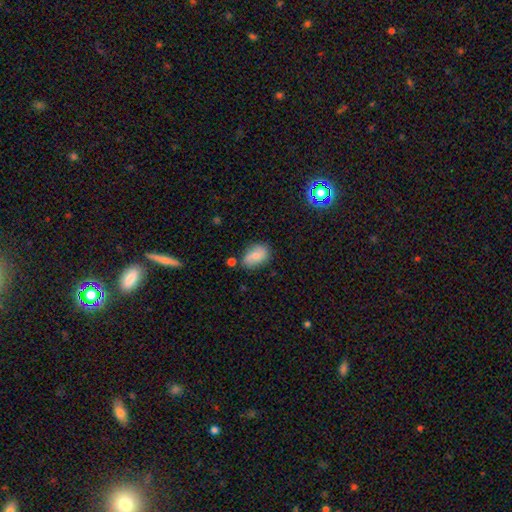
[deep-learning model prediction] Smooth or featured: smooth — 69% (featured or disk — 23%)
How rounded: in between — 83% (round — 16%)
Merging: none — 69% (minor disturbance — 21%)